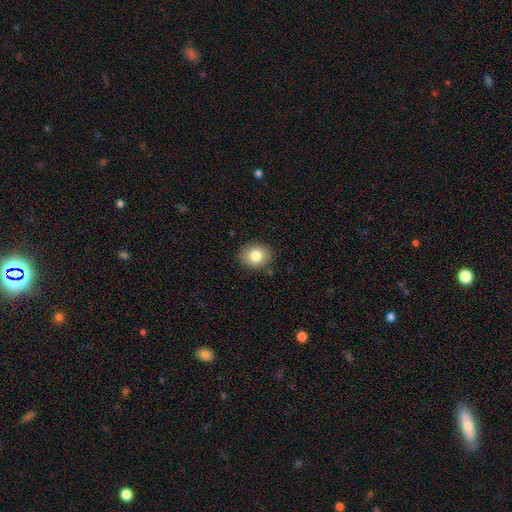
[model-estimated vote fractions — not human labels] smooth-or-featured: smooth: 82% | star or artifact: 9% | featured or disk: 9%
  how-rounded: round: 58% | in between: 41% | cigar-shaped: 1%
  merging: none: 87% | minor disturbance: 9% | major disturbance: 2% | merger: 1%